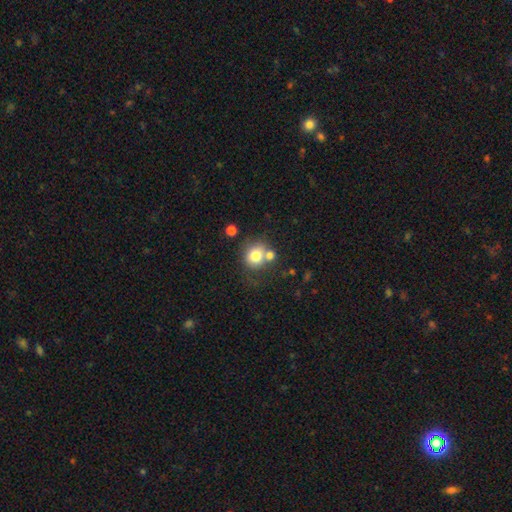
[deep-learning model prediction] The model was most divided on "merging": none: 53%, merger: 29%, minor disturbance: 13%, major disturbance: 6%. More confident: how rounded — round (81%); smooth or featured — smooth (76%).